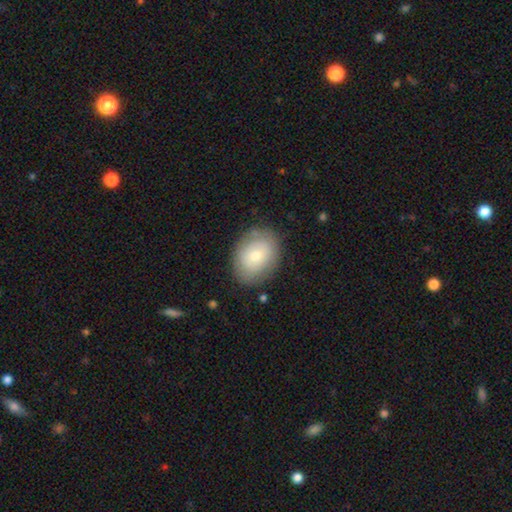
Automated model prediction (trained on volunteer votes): Smooth or featured?
  - smooth: 70% *
  - featured or disk: 23%
  - star or artifact: 7%
How rounded?
  - in between: 62% *
  - round: 37%
  - cigar-shaped: 1%
Merging?
  - none: 80% *
  - minor disturbance: 14%
  - major disturbance: 4%
  - merger: 2%